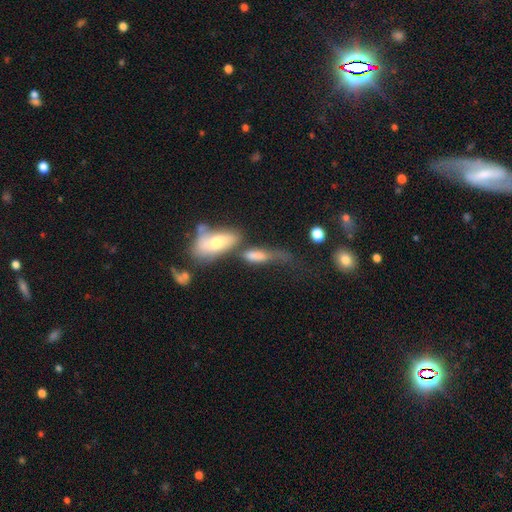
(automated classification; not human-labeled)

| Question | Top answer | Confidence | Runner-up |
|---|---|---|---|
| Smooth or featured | smooth | 69% | featured or disk (21%) |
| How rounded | in between | 67% | cigar-shaped (28%) |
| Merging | merger | 45% | major disturbance (21%) |